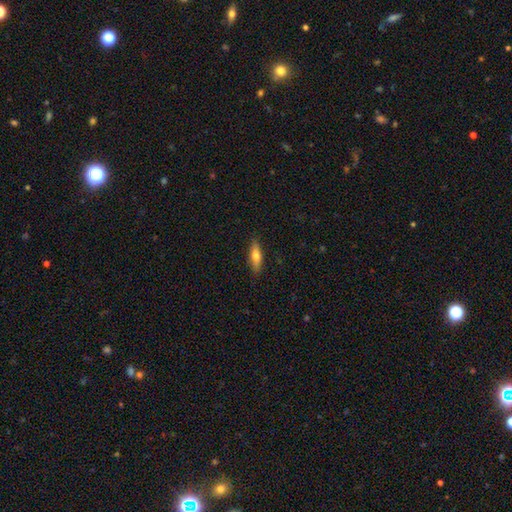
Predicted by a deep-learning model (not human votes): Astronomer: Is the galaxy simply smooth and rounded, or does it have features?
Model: smooth — 63%.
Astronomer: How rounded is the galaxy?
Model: cigar-shaped — 59% (runner-up: in between, 38%).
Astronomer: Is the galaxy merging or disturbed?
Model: none — 87%.